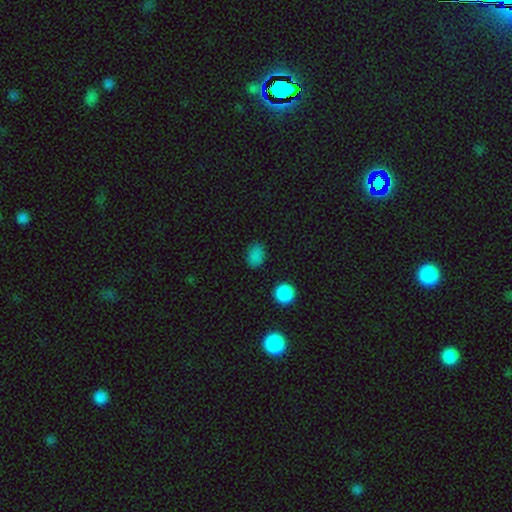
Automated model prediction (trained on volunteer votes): Overall: smooth (82%). How rounded: in between (69%; round 30%). Merging: none (83%).